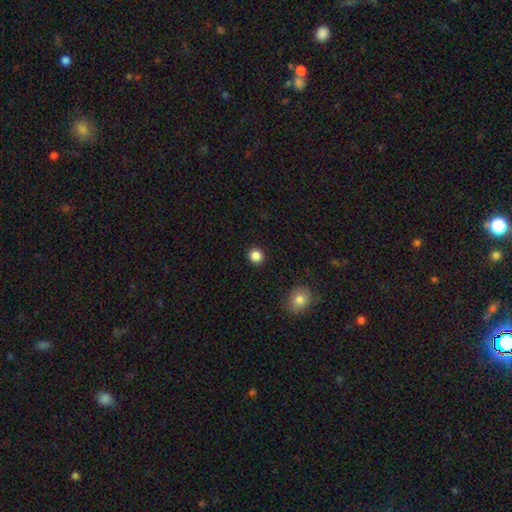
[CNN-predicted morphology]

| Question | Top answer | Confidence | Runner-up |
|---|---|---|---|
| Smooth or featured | smooth | 86% | star or artifact (11%) |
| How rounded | round | 89% | in between (10%) |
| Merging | none | 92% | minor disturbance (5%) |